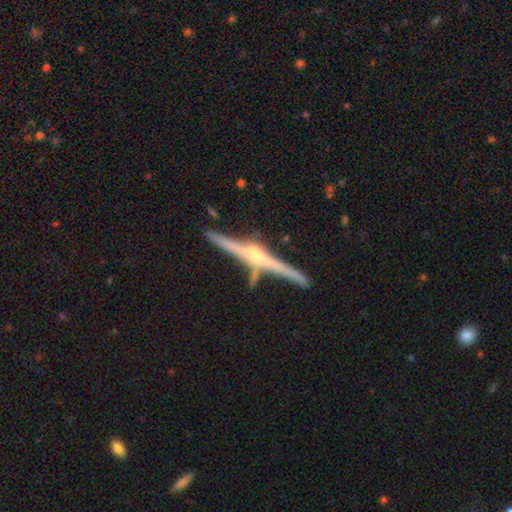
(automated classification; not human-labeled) A featured or disk galaxy (85%) viewed edge-on (98%) with a rounded central bulge (81%).

Vote fractions:
- Smooth or featured? featured or disk: 85% / smooth: 10% / star or artifact: 5%
- Edge-on disk? yes: 98% / no: 2%
- Edge-on bulge? rounded: 81% / boxy: 10% / none: 9%
- Merging? none: 80% / minor disturbance: 12% / merger: 6% / major disturbance: 3%